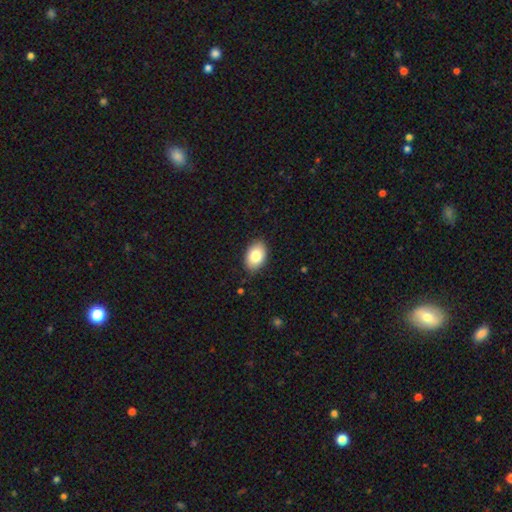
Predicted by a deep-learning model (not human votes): smooth-or-featured: smooth: 82% | featured or disk: 11% | star or artifact: 7%
  how-rounded: in between: 89% | round: 10% | cigar-shaped: 1%
  merging: none: 87% | minor disturbance: 10% | major disturbance: 2% | merger: 1%